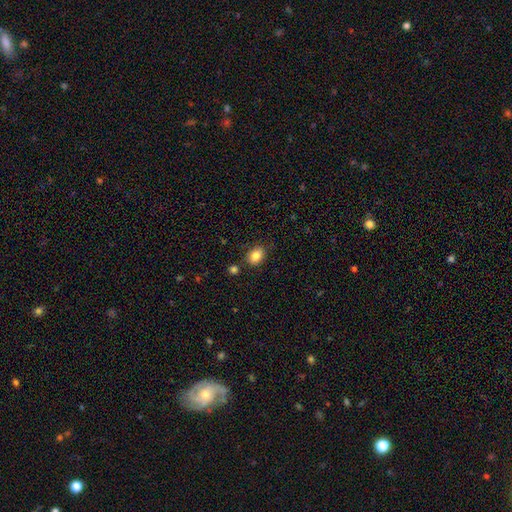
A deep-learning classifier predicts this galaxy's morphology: Overall: smooth (85%). How rounded: in between (70%). Merging: none (81%).